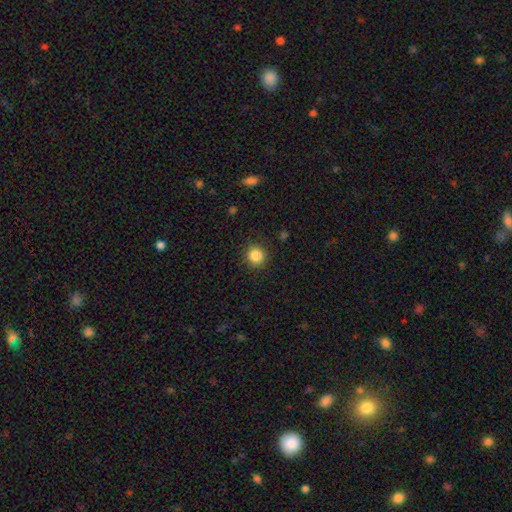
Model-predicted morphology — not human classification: smooth-or-featured: smooth: 85% | star or artifact: 11% | featured or disk: 4%
  how-rounded: round: 92% | in between: 7% | cigar-shaped: 1%
  merging: none: 91% | minor disturbance: 6% | major disturbance: 2% | merger: 1%